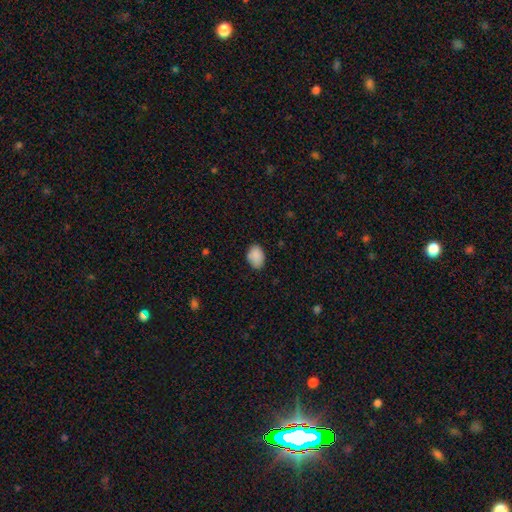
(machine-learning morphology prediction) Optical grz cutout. It shows a smooth galaxy with no disk features (87%) that is in between round and cigar-shaped (84%). Merging: none (74%).